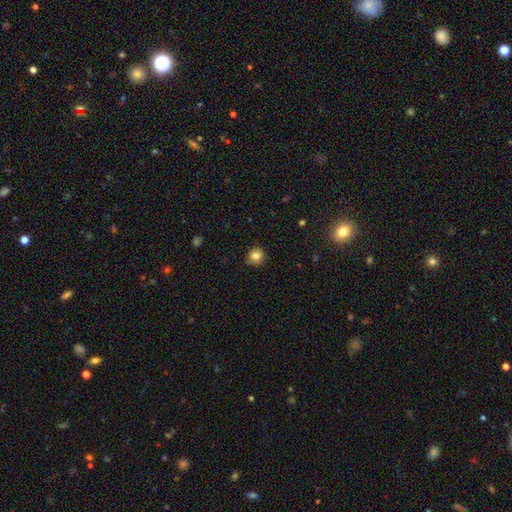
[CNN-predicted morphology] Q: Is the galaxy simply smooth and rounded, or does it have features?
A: smooth — 83%.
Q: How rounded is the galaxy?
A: round — 85%.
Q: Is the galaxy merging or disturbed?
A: none — 82%.